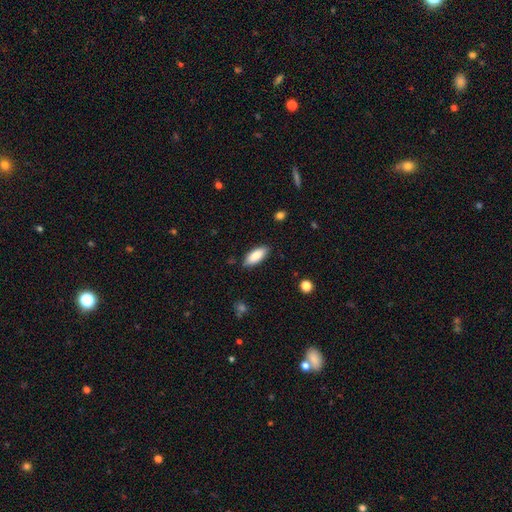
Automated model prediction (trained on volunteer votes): Overall: smooth (86%). How rounded: in between (80%). Merging: none (86%).